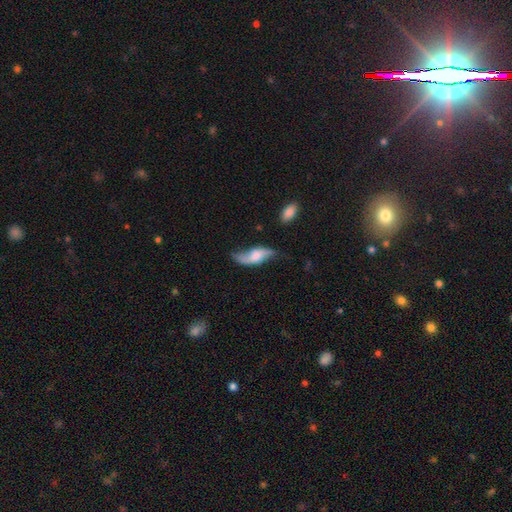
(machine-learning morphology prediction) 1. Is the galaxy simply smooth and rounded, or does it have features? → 61% featured or disk, 32% smooth, 7% star or artifact.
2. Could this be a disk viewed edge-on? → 83% no, 17% yes.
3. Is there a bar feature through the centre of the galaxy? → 53% no, 35% weak, 11% strong.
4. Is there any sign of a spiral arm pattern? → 89% yes, 11% no.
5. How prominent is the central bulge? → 33% moderate, 21% none, 21% small, 20% large, 4% dominant.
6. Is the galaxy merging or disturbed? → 55% none, 28% minor disturbance, 12% major disturbance, 4% merger.